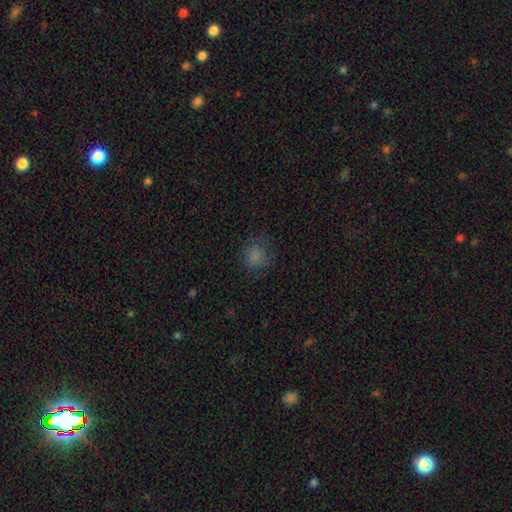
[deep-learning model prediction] smooth_or_featured: smooth (p=0.79) [alt: star or artifact p=0.14]
how_rounded: round (p=0.83) [alt: in between p=0.16]
merging: none (p=0.75) [alt: minor disturbance p=0.16]